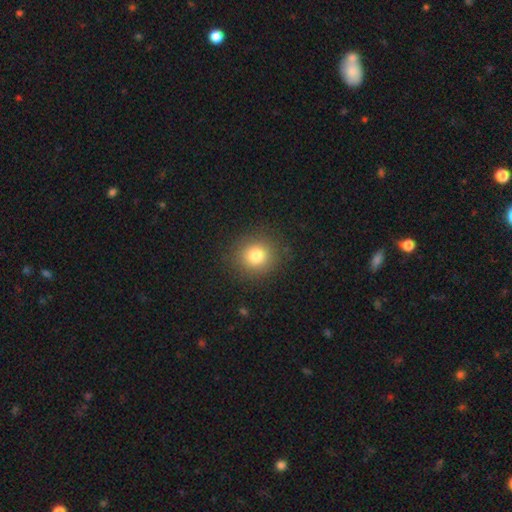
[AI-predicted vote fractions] The model was most divided on "smooth or featured": smooth: 79%, star or artifact: 12%, featured or disk: 8%. More confident: merging — none (88%); how rounded — round (88%).